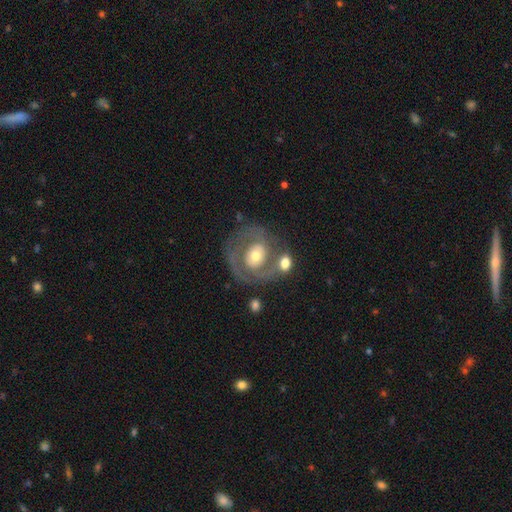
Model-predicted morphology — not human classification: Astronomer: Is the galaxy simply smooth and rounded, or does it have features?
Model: featured or disk — 73%.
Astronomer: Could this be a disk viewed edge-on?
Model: no — 97%.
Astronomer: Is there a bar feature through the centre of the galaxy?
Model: no — 69%.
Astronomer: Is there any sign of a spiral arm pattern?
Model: yes — 69%.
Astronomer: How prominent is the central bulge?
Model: moderate — 64%.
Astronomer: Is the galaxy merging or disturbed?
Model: none — 54%.